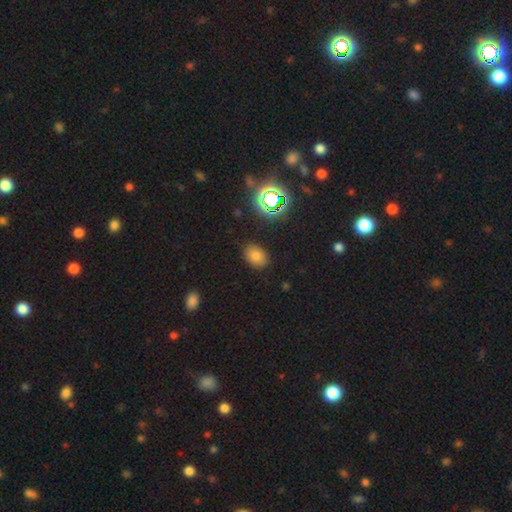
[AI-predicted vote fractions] Smooth or featured: smooth — 76% (star or artifact — 17%)
How rounded: in between — 72% (round — 27%)
Merging: none — 84% (minor disturbance — 11%)